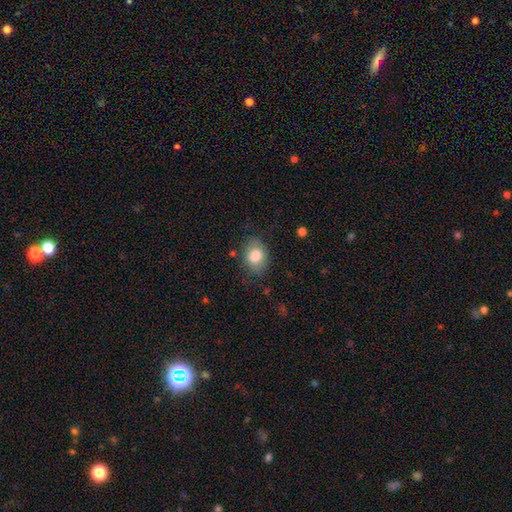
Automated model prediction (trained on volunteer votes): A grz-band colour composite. It shows a smooth galaxy with no disk features (82%) that is in between round and cigar-shaped (71%). Merging: none (74%).